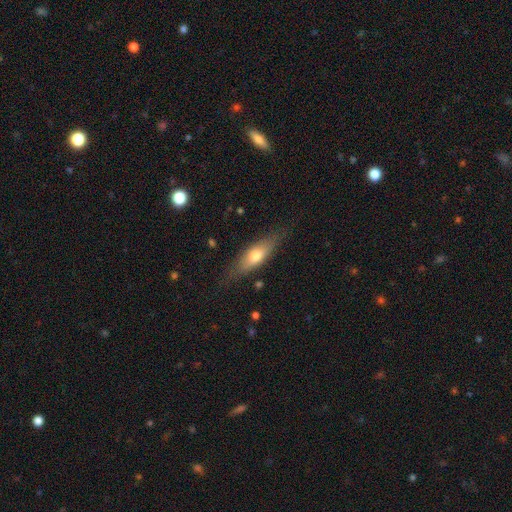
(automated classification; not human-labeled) A smooth galaxy with no disk features (58%) that is cigar-shaped (49%).

Vote fractions:
- Smooth or featured? smooth: 58% / featured or disk: 36% / star or artifact: 7%
- How rounded? cigar-shaped: 49% / in between: 48% / round: 3%
- Merging? none: 78% / minor disturbance: 16% / major disturbance: 5% / merger: 1%